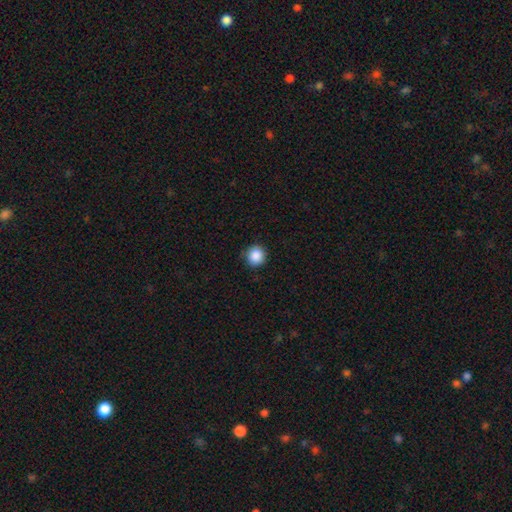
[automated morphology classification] The model was most divided on "smooth or featured": smooth: 88%, star or artifact: 9%, featured or disk: 3%. More confident: how rounded — round (93%); merging — none (88%).